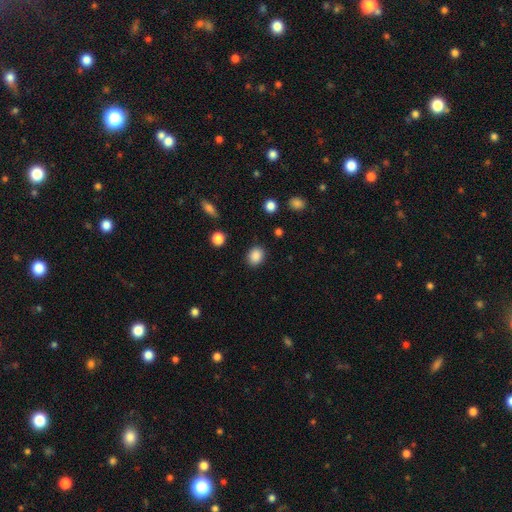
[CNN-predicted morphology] The model was most divided on "how rounded": round: 51%, in between: 48%, cigar-shaped: 1%. More confident: smooth or featured — smooth (87%); merging — none (87%).